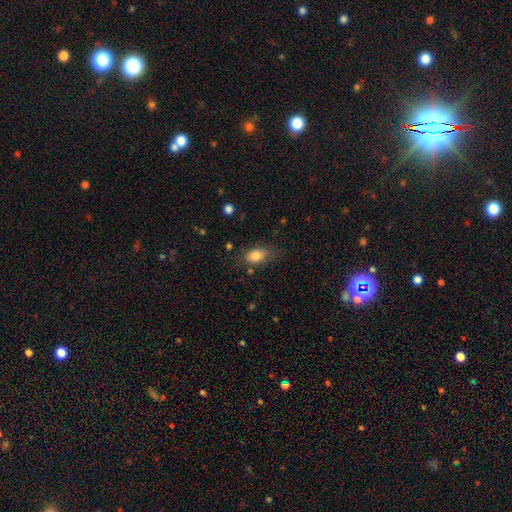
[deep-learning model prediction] Smooth or featured: smooth — 82% (featured or disk — 10%)
How rounded: in between — 85% (round — 11%)
Merging: none — 70% (minor disturbance — 22%)